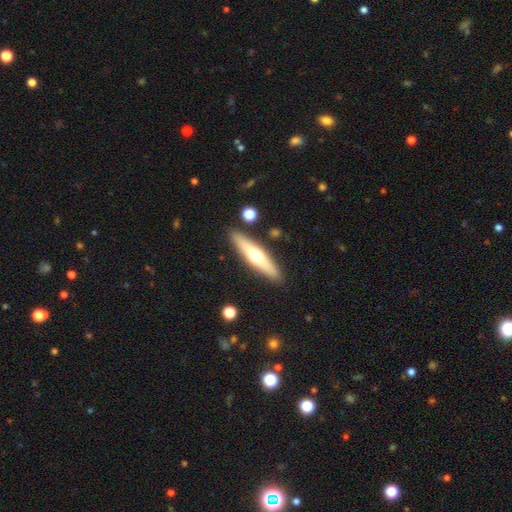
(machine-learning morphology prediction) Q: Smooth or featured?
A: featured or disk (48%); runner-up: smooth (47%)
Q: Merging?
A: none (88%); runner-up: minor disturbance (7%)